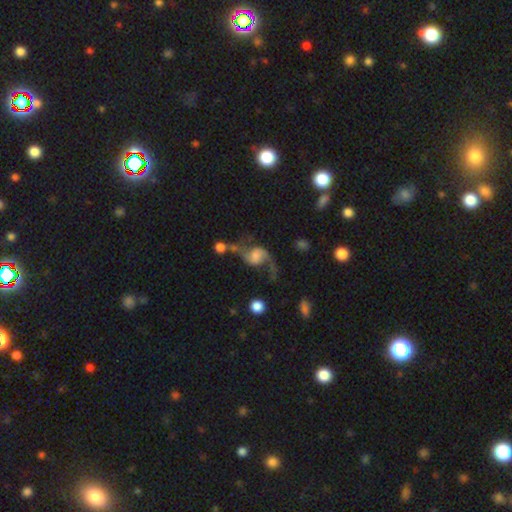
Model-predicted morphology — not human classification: smooth_or_featured: featured or disk (p=0.85) [alt: smooth p=0.09]
disk_edge_on: no (p=0.97) [alt: yes p=0.03]
bar: no (p=0.55) [alt: weak p=0.37]
has_spiral_arms: yes (p=0.96) [alt: no p=0.04]
spiral_winding: loose (p=0.76) [alt: medium p=0.20]
spiral_arm_count: 2 (p=0.92) [alt: 1 p=0.03]
bulge_size: moderate (p=0.38) [alt: small p=0.26]
merging: none (p=0.48) [alt: major disturbance p=0.19]